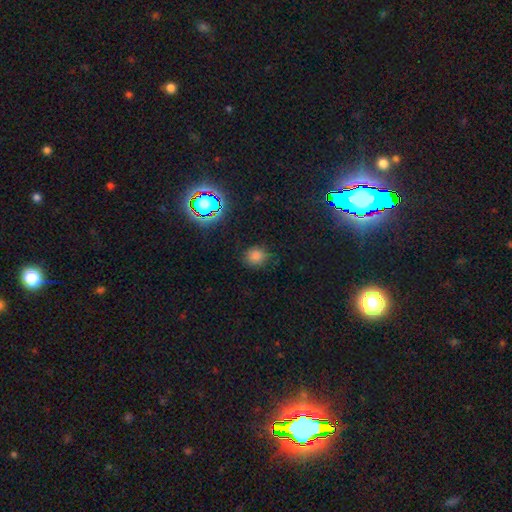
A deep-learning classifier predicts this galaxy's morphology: A smooth galaxy with no disk features (75%) that is round (78%).

Vote fractions:
- Smooth or featured? smooth: 75% / star or artifact: 19% / featured or disk: 5%
- How rounded? round: 78% / in between: 20% / cigar-shaped: 1%
- Merging? none: 82% / minor disturbance: 13% / major disturbance: 4% / merger: 1%